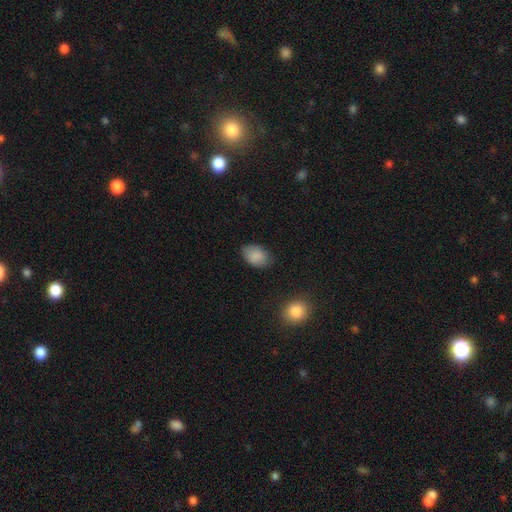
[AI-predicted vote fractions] Morphology: type=smooth (87%); roundness=in between (85%); merging=none (80%).